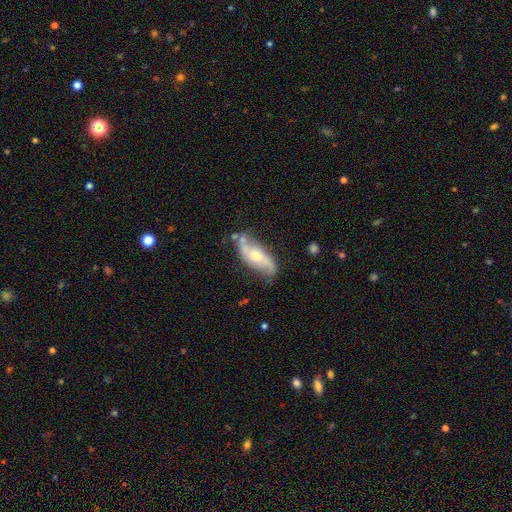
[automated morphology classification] Smooth or featured?
  - featured or disk: 72% *
  - smooth: 22%
  - star or artifact: 6%
Edge-on disk?
  - no: 89% *
  - yes: 11%
Bar?
  - no: 57% *
  - weak: 33%
  - strong: 10%
Spiral arms?
  - yes: 87% *
  - no: 13%
Spiral winding?
  - loose: 61% *
  - medium: 28%
  - tight: 11%
Spiral arm count?
  - 2: 86% *
  - can't tell: 8%
  - 1: 3%
  - 3: 1%
  - 4: 1%
  - more than 4: 1%
Bulge size?
  - moderate: 61% *
  - small: 32%
  - large: 4%
  - none: 2%
  - dominant: 1%
Merging?
  - none: 60% *
  - minor disturbance: 25%
  - major disturbance: 8%
  - merger: 7%